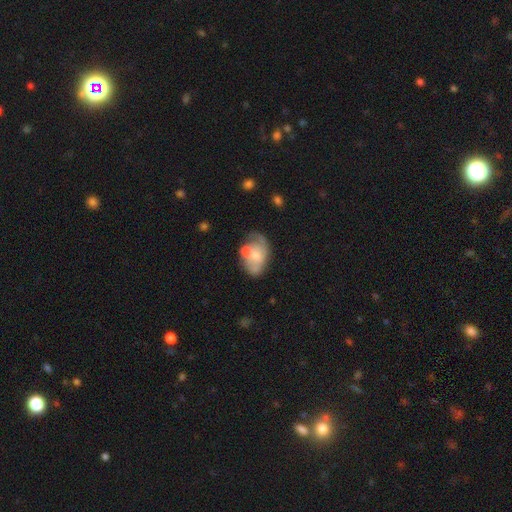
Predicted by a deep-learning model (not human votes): smooth_or_featured: featured or disk (p=0.53) [alt: smooth p=0.40]
disk_edge_on: no (p=0.96) [alt: yes p=0.04]
bar: no (p=0.72) [alt: weak p=0.24]
has_spiral_arms: yes (p=0.53) [alt: no p=0.47]
bulge_size: small (p=0.51) [alt: moderate p=0.37]
merging: none (p=0.33) [alt: merger p=0.27]